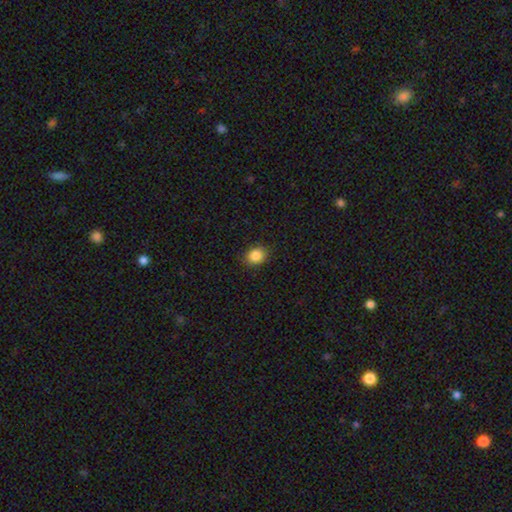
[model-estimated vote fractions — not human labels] smooth 86%, star or artifact 10%, featured or disk 4%. Down the decision tree: how rounded — round (60%); merging — none (87%).